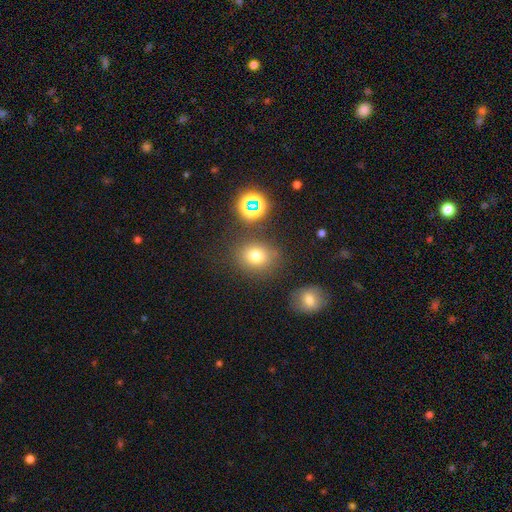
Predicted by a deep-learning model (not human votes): Smooth or featured?
  - smooth: 73% *
  - star or artifact: 19%
  - featured or disk: 9%
How rounded?
  - round: 72% *
  - in between: 27%
  - cigar-shaped: 1%
Merging?
  - none: 79% *
  - minor disturbance: 11%
  - merger: 6%
  - major disturbance: 4%